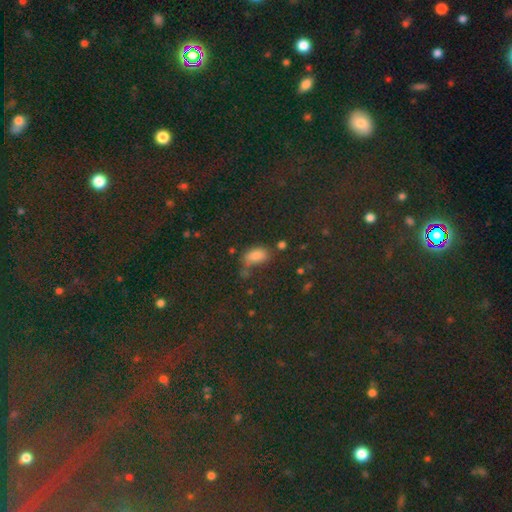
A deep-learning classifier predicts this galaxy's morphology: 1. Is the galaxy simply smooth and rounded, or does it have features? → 59% smooth, 31% star or artifact, 10% featured or disk.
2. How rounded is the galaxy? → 82% in between, 12% round, 6% cigar-shaped.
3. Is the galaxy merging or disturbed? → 51% none, 22% minor disturbance, 14% major disturbance, 13% merger.